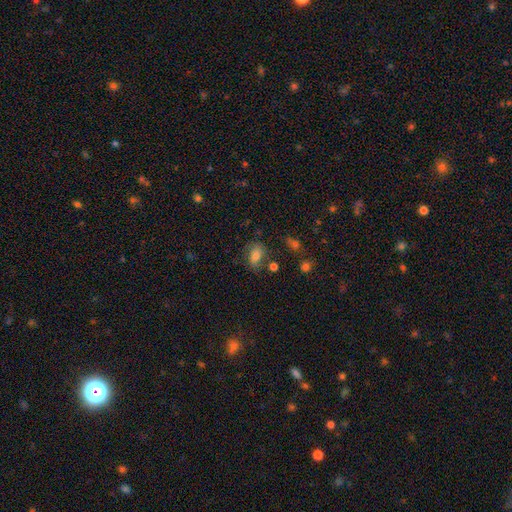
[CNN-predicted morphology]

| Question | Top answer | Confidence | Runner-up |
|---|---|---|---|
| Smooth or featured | smooth | 71% | featured or disk (17%) |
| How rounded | in between | 81% | round (16%) |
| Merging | none | 62% | minor disturbance (22%) |